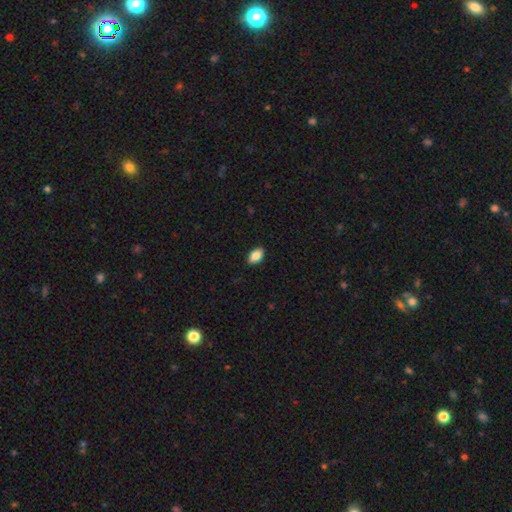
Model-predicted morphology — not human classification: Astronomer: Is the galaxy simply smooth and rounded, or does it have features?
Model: smooth — 86%.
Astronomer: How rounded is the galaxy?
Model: in between — 92%.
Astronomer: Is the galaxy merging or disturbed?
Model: none — 88%.